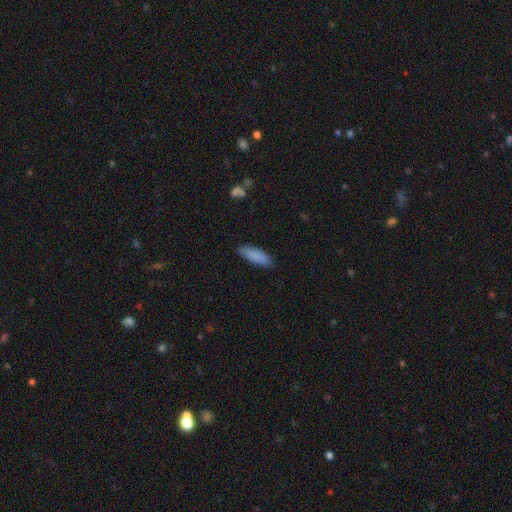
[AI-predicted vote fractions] smooth-or-featured: smooth: 87% | featured or disk: 6% | star or artifact: 6%
  how-rounded: in between: 52% | cigar-shaped: 47% | round: 2%
  merging: none: 85% | minor disturbance: 12% | major disturbance: 2% | merger: 1%